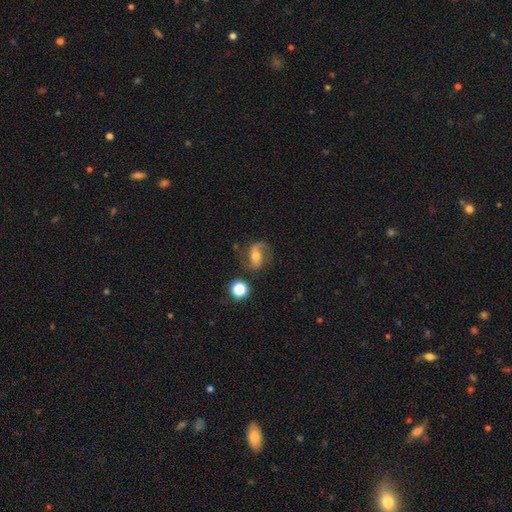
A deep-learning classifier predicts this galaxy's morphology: This appears to be a featured or disk galaxy (71%) with a weak bar (36%), 2 (78%) loose (48%) spiral arms (92%) and a moderate central bulge (59%). Merging: none (66%).